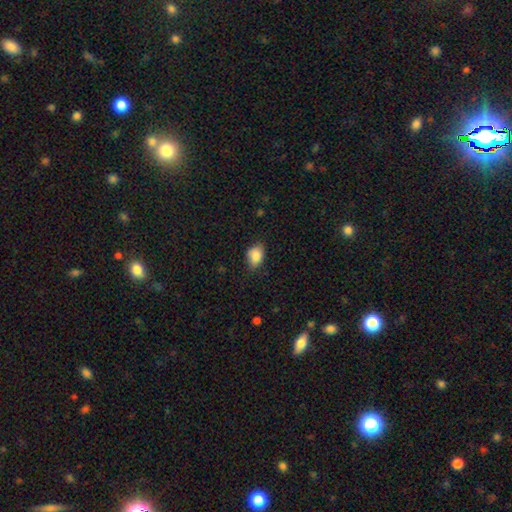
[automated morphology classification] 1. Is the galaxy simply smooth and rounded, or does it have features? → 85% smooth, 8% star or artifact, 7% featured or disk.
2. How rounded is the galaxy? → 80% in between, 18% round, 1% cigar-shaped.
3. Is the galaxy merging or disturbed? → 71% none, 23% minor disturbance, 4% major disturbance, 1% merger.